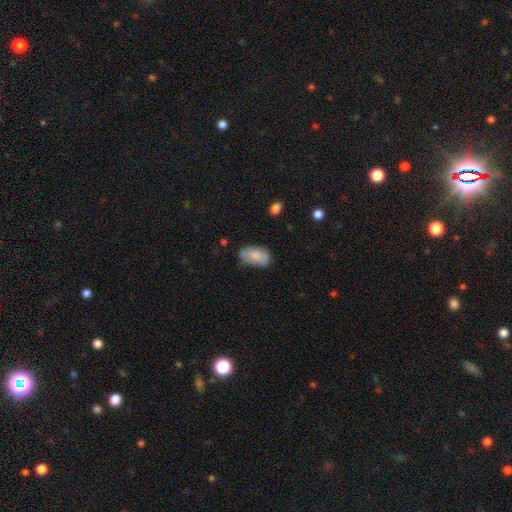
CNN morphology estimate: Smooth or featured? smooth (77%)
How rounded? in between (93%)
Merging? none (60%)